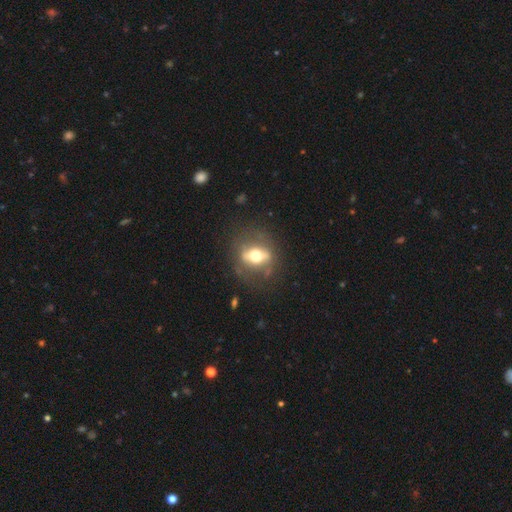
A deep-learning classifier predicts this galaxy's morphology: Smooth or featured?
  - featured or disk: 54% *
  - smooth: 37%
  - star or artifact: 9%
Edge-on disk?
  - no: 67% *
  - yes: 33%
Merging?
  - none: 71% *
  - minor disturbance: 16%
  - major disturbance: 11%
  - merger: 2%